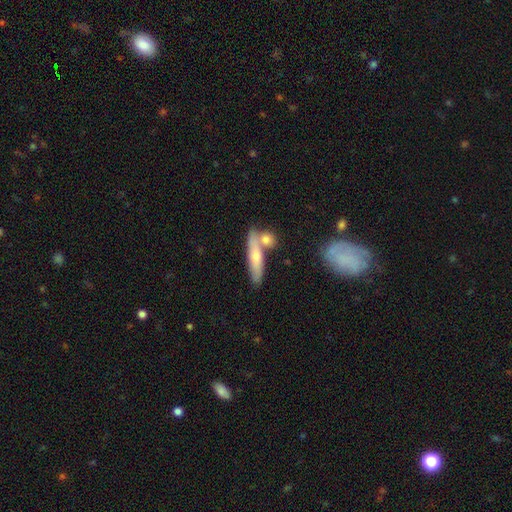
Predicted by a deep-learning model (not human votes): This appears to be a smooth galaxy with no disk features (55%) that is cigar-shaped (77%). Merging: none (60%).